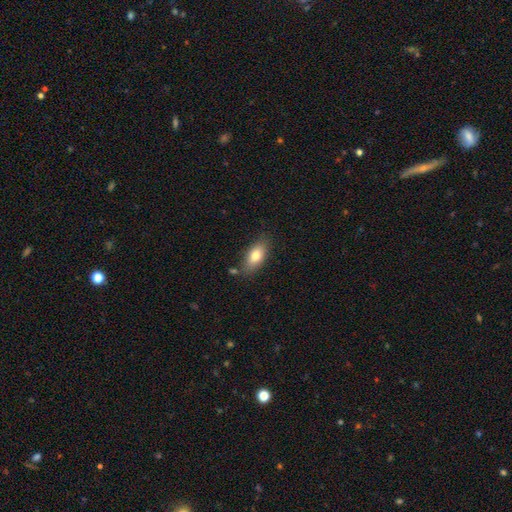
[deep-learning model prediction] A smooth galaxy with no disk features (78%) that is in between round and cigar-shaped (87%). Merging: none (75%).